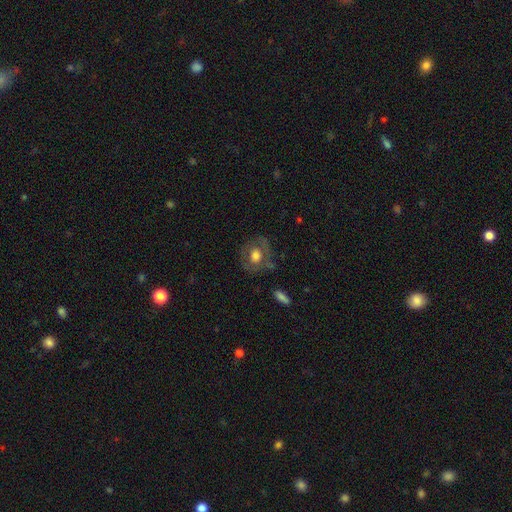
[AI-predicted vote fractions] Smooth or featured?
  - smooth: 52% *
  - featured or disk: 40%
  - star or artifact: 8%
How rounded?
  - round: 66% *
  - in between: 33%
  - cigar-shaped: 1%
Merging?
  - none: 71% *
  - minor disturbance: 16%
  - major disturbance: 9%
  - merger: 3%